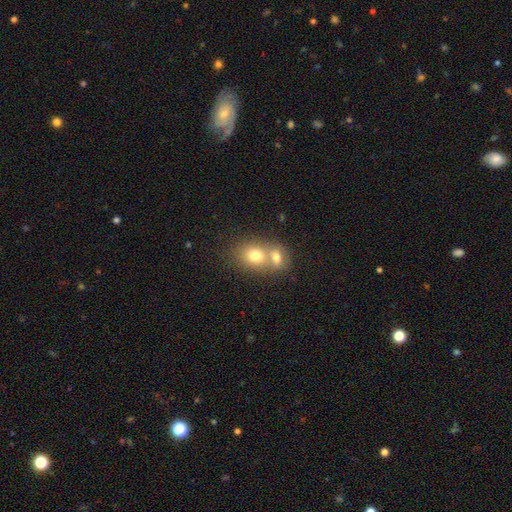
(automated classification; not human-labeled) Smooth or featured: smooth — 74% (featured or disk — 15%)
How rounded: round — 55% (in between — 44%)
Merging: merger — 62% (none — 29%)